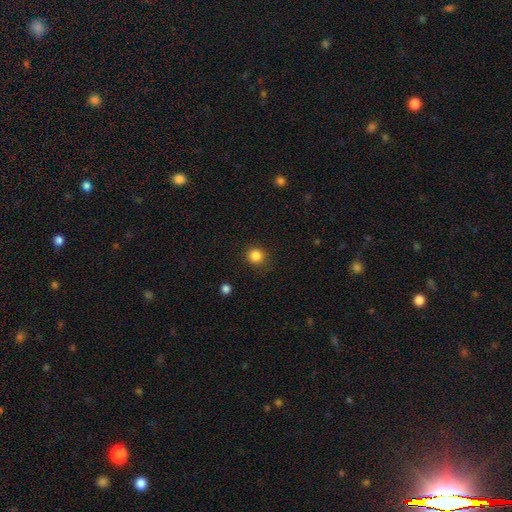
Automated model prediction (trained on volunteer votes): A smooth galaxy with no disk features (85%) that is round (91%).

Vote fractions:
- Smooth or featured? smooth: 85% / star or artifact: 11% / featured or disk: 4%
- How rounded? round: 91% / in between: 8% / cigar-shaped: 1%
- Merging? none: 87% / minor disturbance: 9% / major disturbance: 3% / merger: 1%